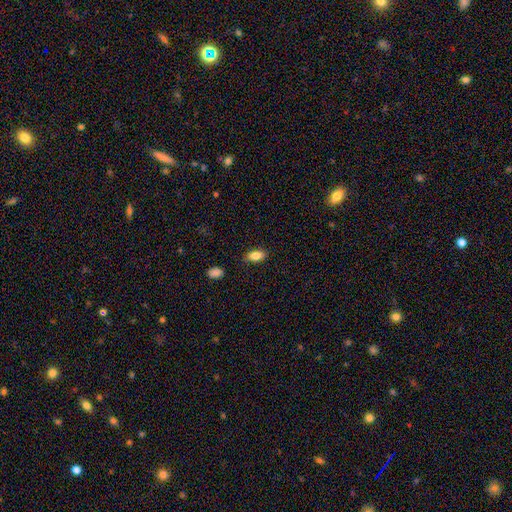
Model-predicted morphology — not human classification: This appears to be a smooth galaxy with no disk features (83%) that is in between round and cigar-shaped (88%). Merging: none (84%).